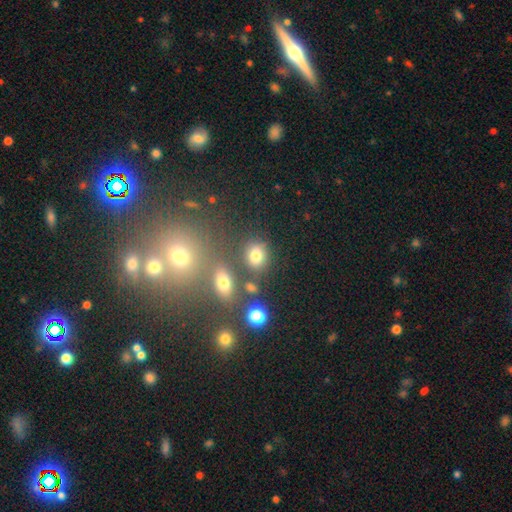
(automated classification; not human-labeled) A smooth galaxy with no disk features (75%) that is round (51%). Merging: none (72%).